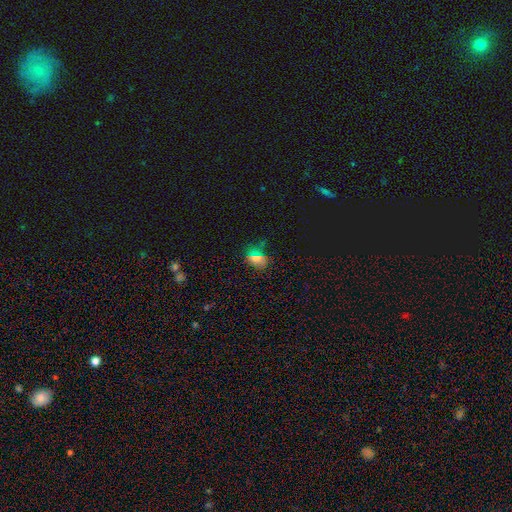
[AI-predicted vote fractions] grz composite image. It shows a smooth galaxy with no disk features (60%) that is in between round and cigar-shaped (60%). Merging: none (66%).